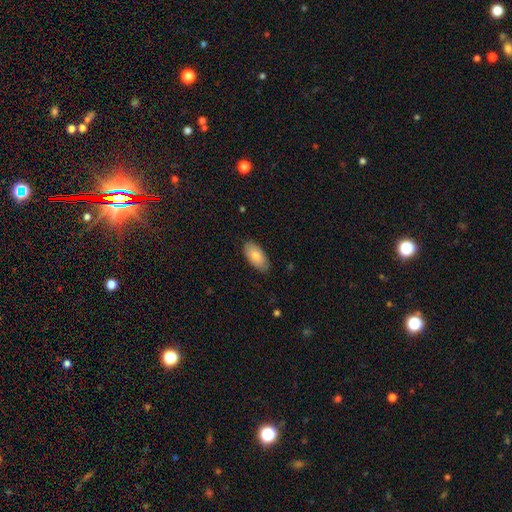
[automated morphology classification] Q: Smooth or featured?
A: smooth (81%); runner-up: featured or disk (13%)
Q: How rounded?
A: in between (94%); runner-up: cigar-shaped (4%)
Q: Merging?
A: none (83%); runner-up: minor disturbance (14%)